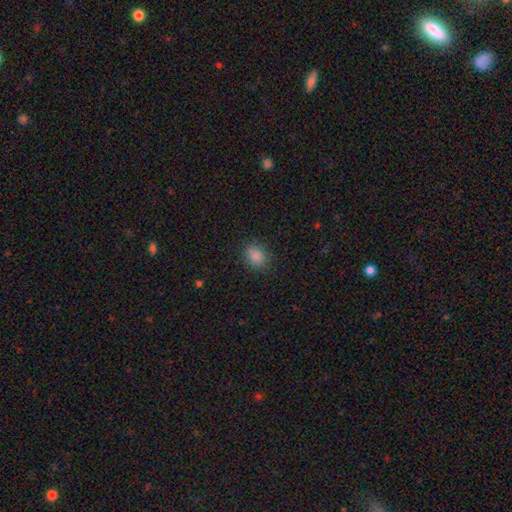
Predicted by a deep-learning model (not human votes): smooth 84%, star or artifact 11%, featured or disk 4%. Down the decision tree: how rounded — in between (54%); merging — none (87%).